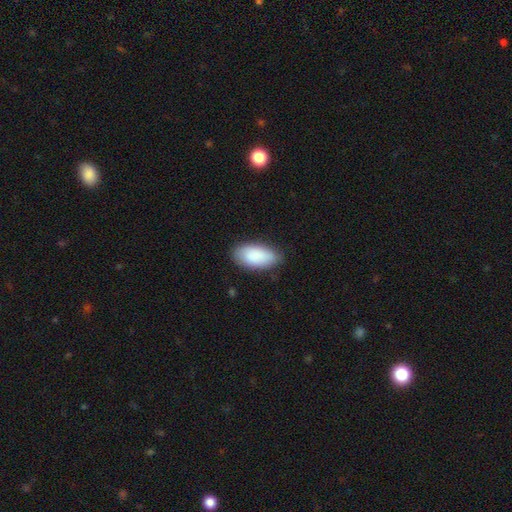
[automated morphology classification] This appears to be a smooth galaxy with no disk features (88%) that is in between round and cigar-shaped (94%). Merging: none (82%).